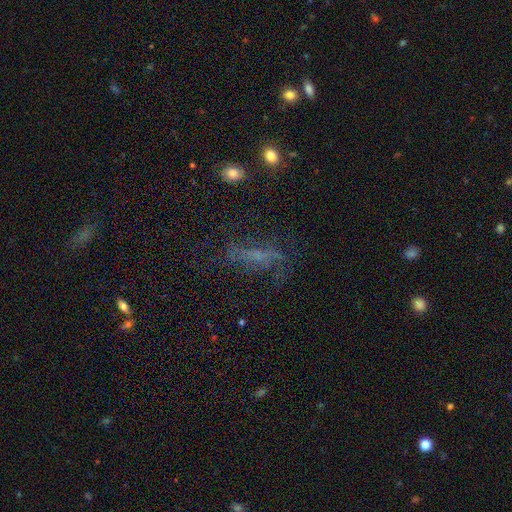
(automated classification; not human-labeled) Overall: featured or disk (43%; smooth 32%). Merging: none (53%; major disturbance 23%).